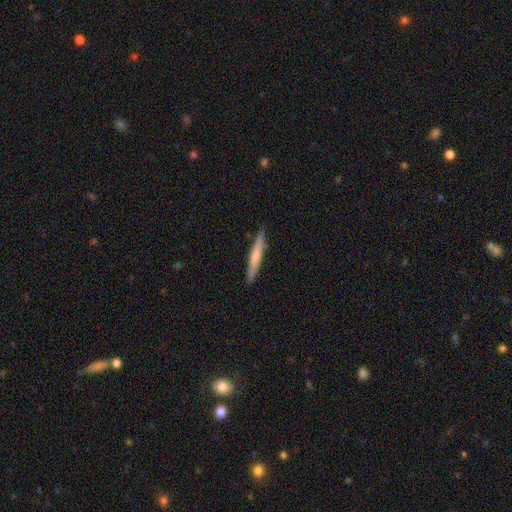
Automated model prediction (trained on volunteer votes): smooth_or_featured: smooth (p=0.62) [alt: featured or disk p=0.33]
how_rounded: cigar-shaped (p=0.95) [alt: in between p=0.04]
merging: none (p=0.88) [alt: minor disturbance p=0.10]